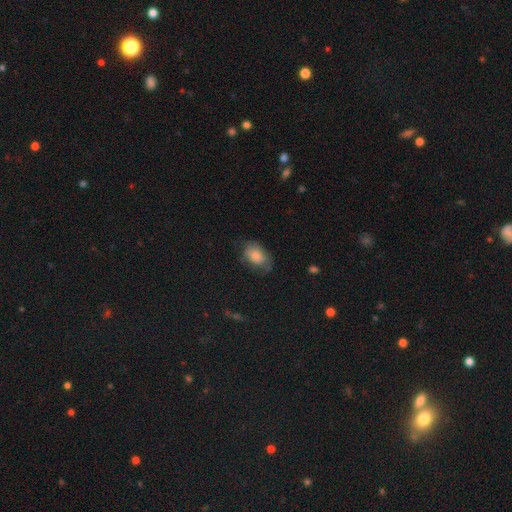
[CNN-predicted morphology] Smooth or featured? smooth (77%)
How rounded? in between (84%)
Merging? none (57%)